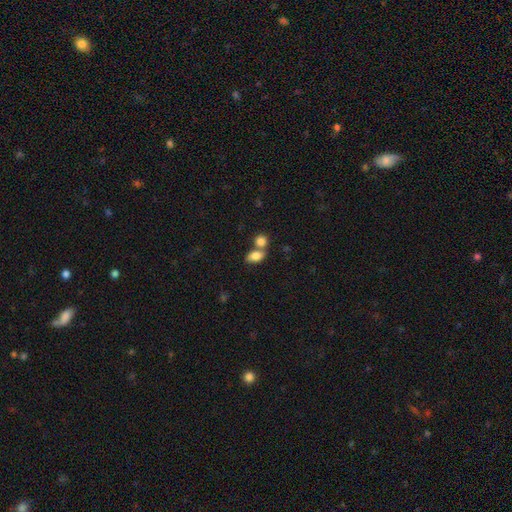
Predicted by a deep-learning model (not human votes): Smooth or featured: smooth — 82% (featured or disk — 10%)
How rounded: in between — 82% (round — 14%)
Merging: merger — 46% (none — 40%)